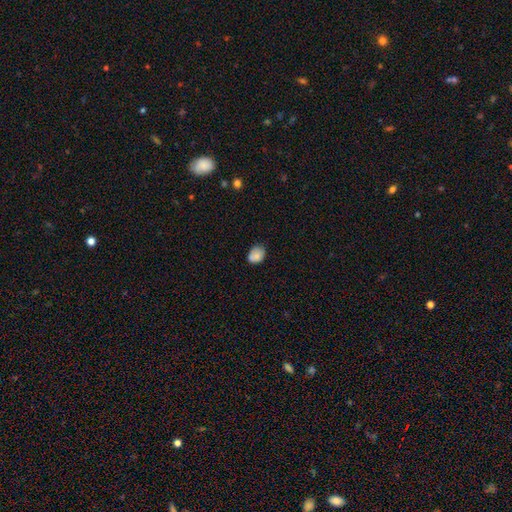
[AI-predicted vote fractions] Smooth or featured: smooth — 83% (star or artifact — 9%)
How rounded: in between — 58% (round — 41%)
Merging: none — 62% (minor disturbance — 31%)